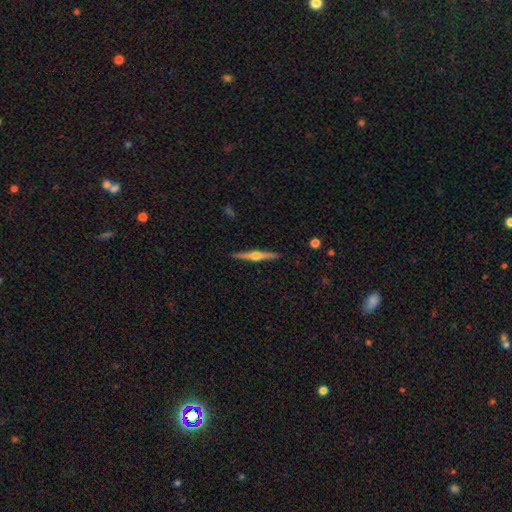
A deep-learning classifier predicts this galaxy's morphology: featured or disk 80%, smooth 15%, star or artifact 5%. Down the decision tree: edge-on disk — yes (98%); edge-on bulge — rounded (94%); merging — none (92%).